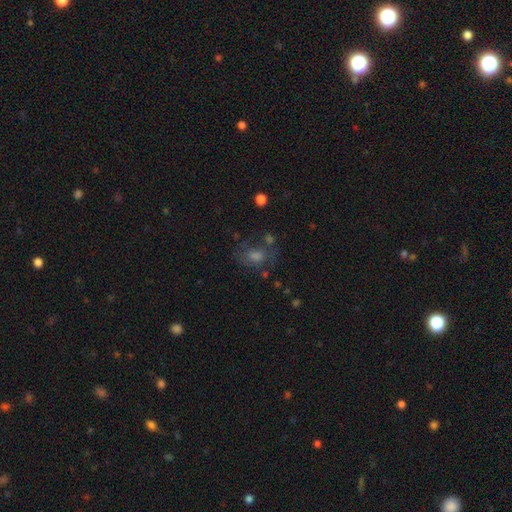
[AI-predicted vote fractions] This is possibly a smooth galaxy (47%). Merging: possibly none (56%).